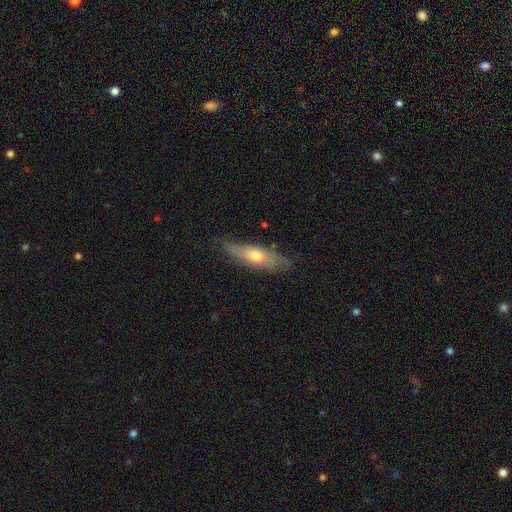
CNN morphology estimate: smooth 56%, featured or disk 38%, star or artifact 6%. Down the decision tree: how rounded — in between (52%); merging — none (69%).